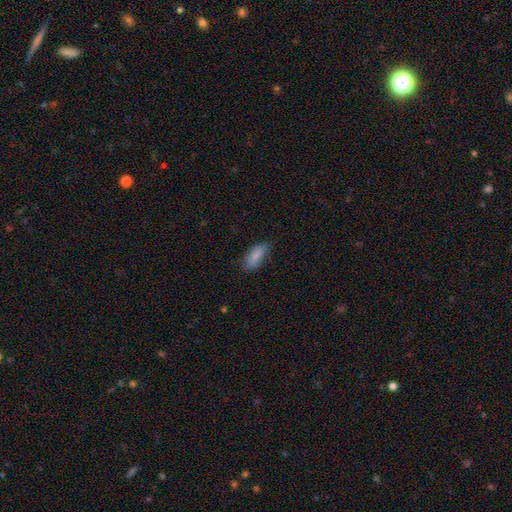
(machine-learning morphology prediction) The model was most divided on "merging": none: 71%, minor disturbance: 23%, major disturbance: 5%, merger: 1%. More confident: smooth or featured — smooth (85%); how rounded — in between (74%).